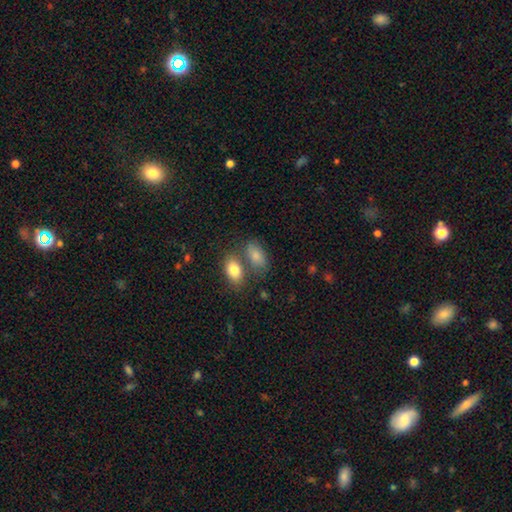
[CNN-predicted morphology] Smooth or featured: smooth — 82% (featured or disk — 10%)
How rounded: in between — 91% (round — 7%)
Merging: none — 50% (merger — 30%)